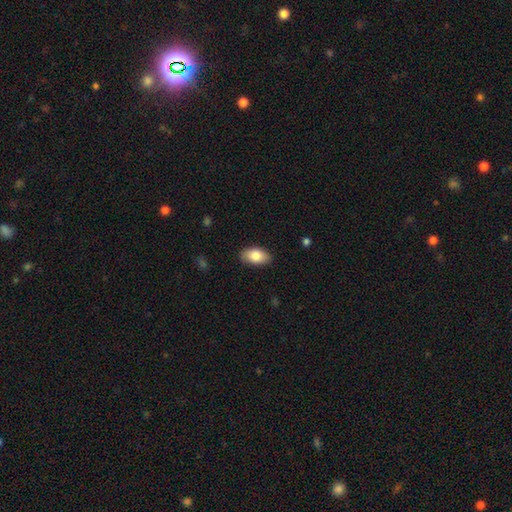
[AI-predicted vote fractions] Overall: smooth (81%). How rounded: in between (93%). Merging: none (85%).